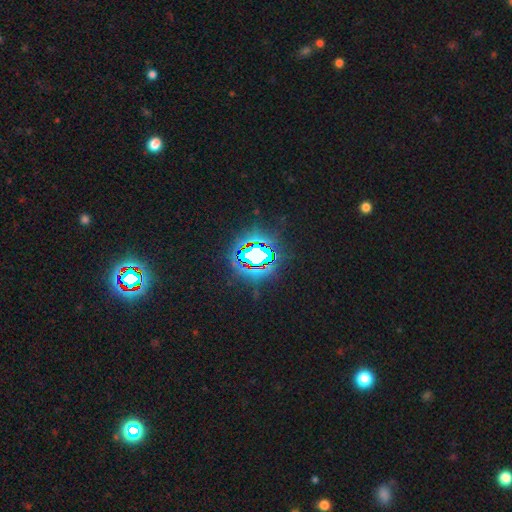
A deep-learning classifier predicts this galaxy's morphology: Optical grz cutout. It shows a star or artifact, not a galaxy (73%).